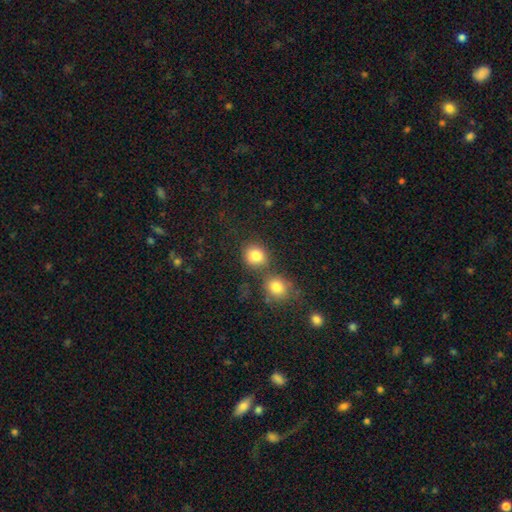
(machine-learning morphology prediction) Overall: smooth (83%). How rounded: round (80%). Merging: none (62%; merger 24%).